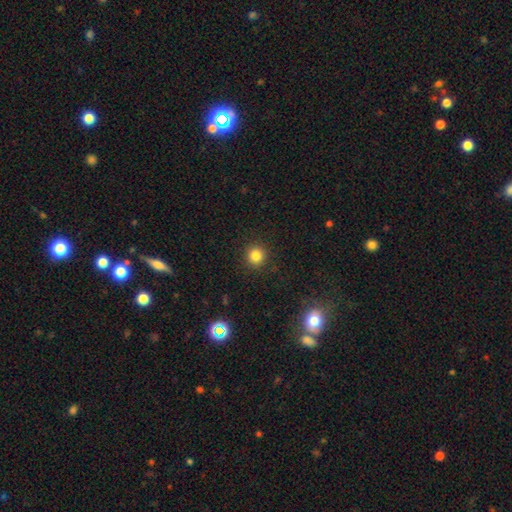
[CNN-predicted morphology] smooth_or_featured: smooth (p=0.83) [alt: star or artifact p=0.12]
how_rounded: round (p=0.92) [alt: in between p=0.07]
merging: none (p=0.92) [alt: minor disturbance p=0.05]